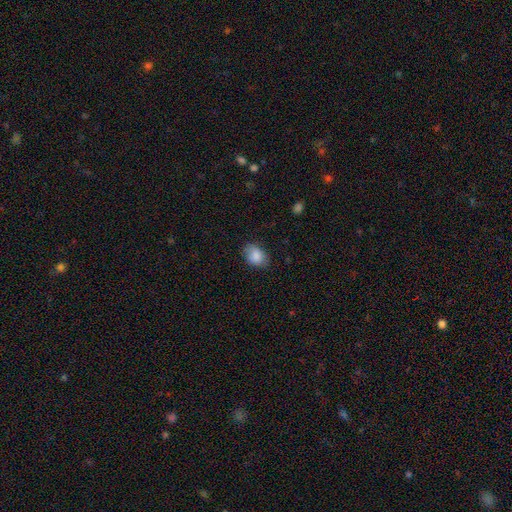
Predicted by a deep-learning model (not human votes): Smooth or featured? Predicted: smooth (p=0.87). How rounded? Predicted: in between (p=0.76). Merging? Predicted: none (p=0.78).